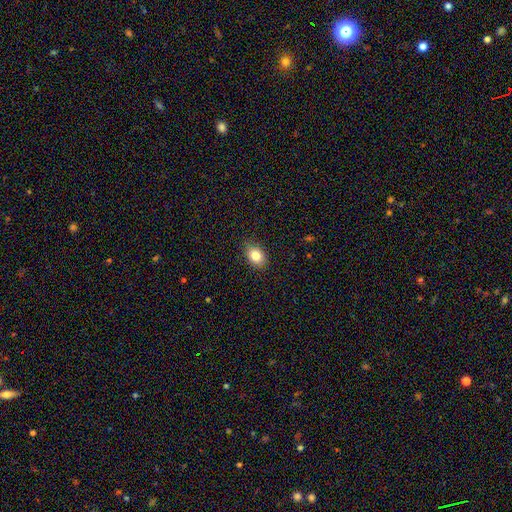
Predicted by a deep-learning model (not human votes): Smooth or featured?
  - smooth: 82% *
  - star or artifact: 9%
  - featured or disk: 8%
How rounded?
  - in between: 71% *
  - round: 28%
  - cigar-shaped: 1%
Merging?
  - none: 86% *
  - minor disturbance: 10%
  - major disturbance: 2%
  - merger: 1%